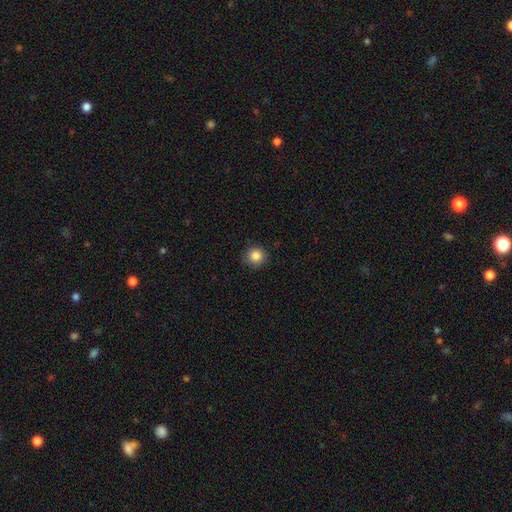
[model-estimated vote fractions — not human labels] smooth_or_featured: smooth (p=0.86) [alt: star or artifact p=0.10]
how_rounded: round (p=0.93) [alt: in between p=0.06]
merging: none (p=0.87) [alt: minor disturbance p=0.10]